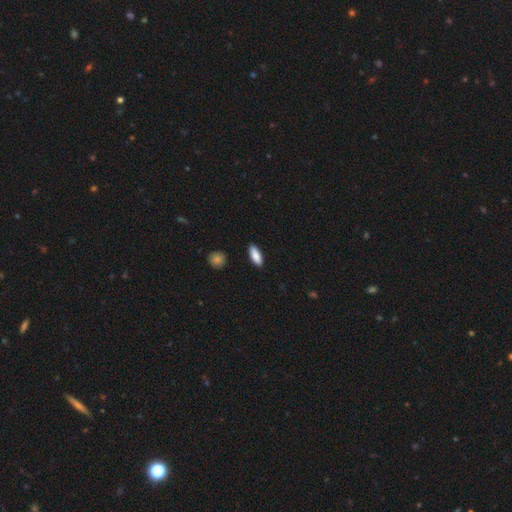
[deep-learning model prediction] Smooth or featured?
  - smooth: 87% *
  - featured or disk: 7%
  - star or artifact: 6%
How rounded?
  - in between: 68% *
  - cigar-shaped: 30%
  - round: 2%
Merging?
  - none: 89% *
  - minor disturbance: 8%
  - major disturbance: 2%
  - merger: 1%